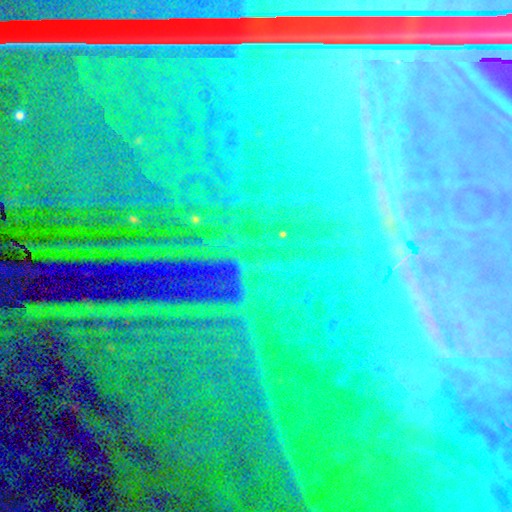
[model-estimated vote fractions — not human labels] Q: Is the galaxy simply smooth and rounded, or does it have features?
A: star or artifact — 87%.